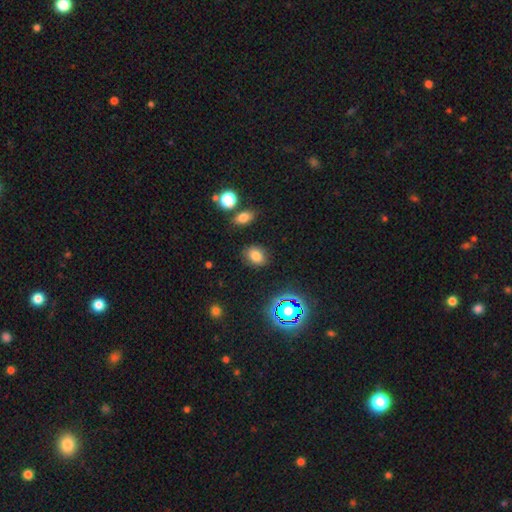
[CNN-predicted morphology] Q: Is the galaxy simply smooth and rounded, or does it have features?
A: smooth — 78%.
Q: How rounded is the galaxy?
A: in between — 67%.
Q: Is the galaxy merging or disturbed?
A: none — 83%.